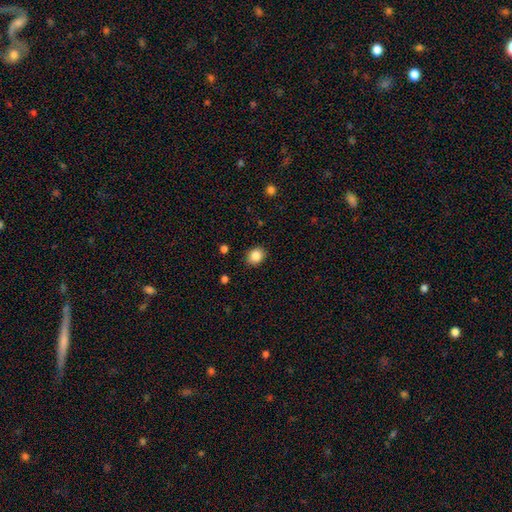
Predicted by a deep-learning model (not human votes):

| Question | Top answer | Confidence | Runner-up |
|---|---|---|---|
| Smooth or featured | smooth | 86% | star or artifact (10%) |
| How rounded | round | 63% | in between (36%) |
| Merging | none | 89% | minor disturbance (8%) |